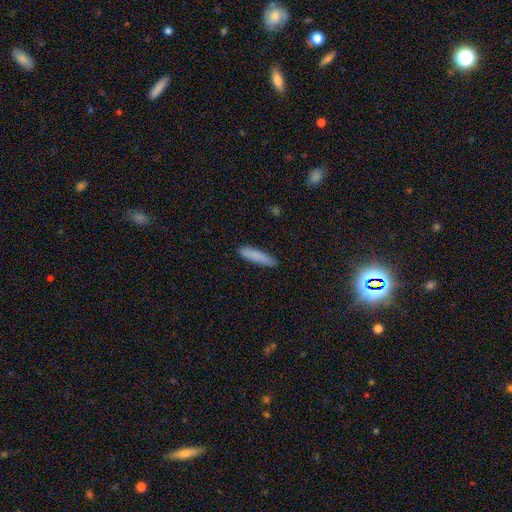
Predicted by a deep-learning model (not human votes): Morphology: type=smooth (85%); roundness=cigar-shaped (84%); merging=none (86%).